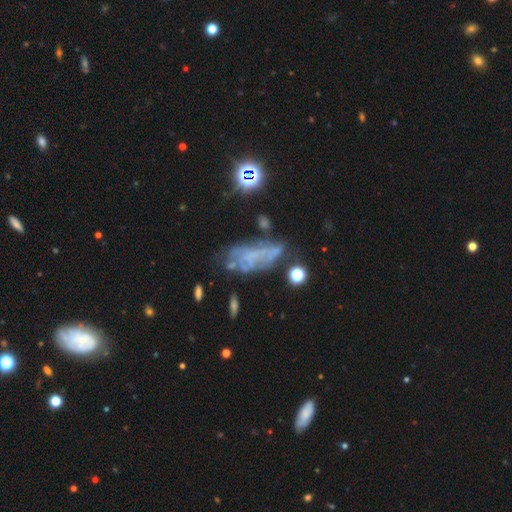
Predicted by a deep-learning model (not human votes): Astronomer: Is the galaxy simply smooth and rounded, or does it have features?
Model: featured or disk — 50% (runner-up: smooth, 27%).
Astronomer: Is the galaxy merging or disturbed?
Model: none — 37% (runner-up: major disturbance, 27%).